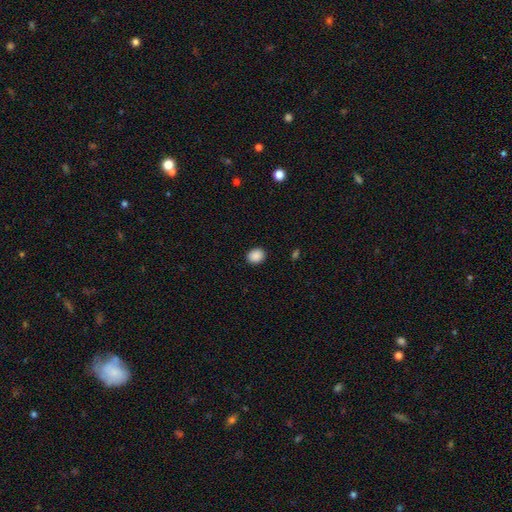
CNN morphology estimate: smooth-or-featured: smooth: 89% | star or artifact: 8% | featured or disk: 2%
  how-rounded: round: 56% | in between: 43% | cigar-shaped: 1%
  merging: none: 90% | minor disturbance: 7% | major disturbance: 2% | merger: 1%